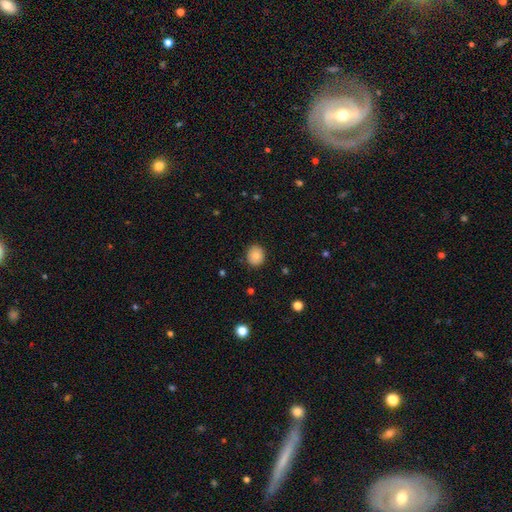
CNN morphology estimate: Smooth or featured? Predicted: smooth (p=0.83). How rounded? Predicted: round (p=0.77). Merging? Predicted: none (p=0.87).